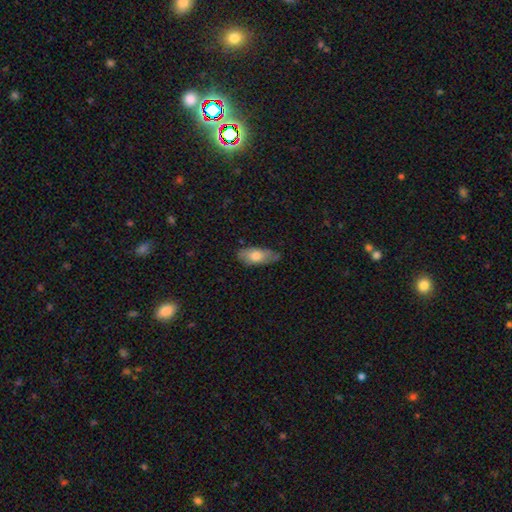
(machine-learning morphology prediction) smooth 67%, featured or disk 26%, star or artifact 6%. Down the decision tree: how rounded — in between (82%); merging — none (68%).